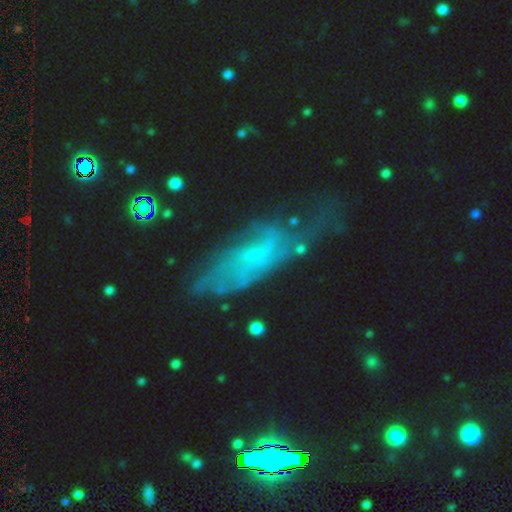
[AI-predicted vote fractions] smooth-or-featured: featured or disk: 61% | smooth: 27% | star or artifact: 12%
  disk-edge-on: no: 81% | yes: 19%
  merging: none: 47% | minor disturbance: 27% | major disturbance: 22% | merger: 4%